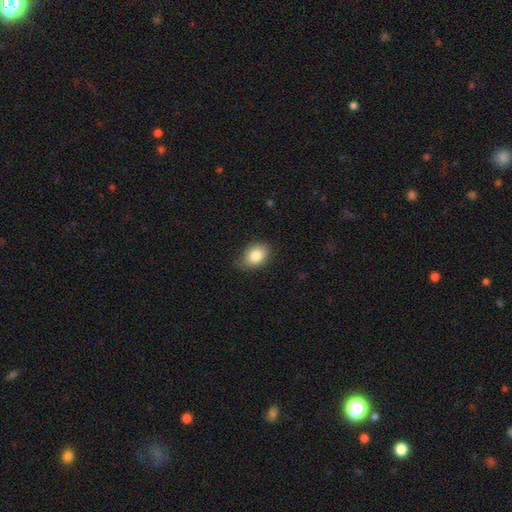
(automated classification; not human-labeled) smooth_or_featured: smooth (p=0.84) [alt: star or artifact p=0.08]
how_rounded: in between (p=0.76) [alt: round p=0.23]
merging: none (p=0.73) [alt: minor disturbance p=0.22]